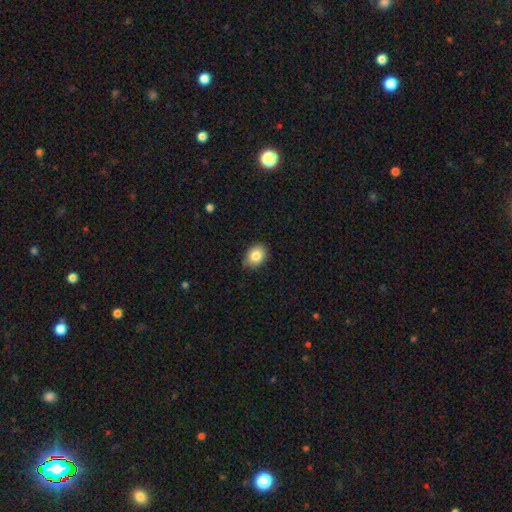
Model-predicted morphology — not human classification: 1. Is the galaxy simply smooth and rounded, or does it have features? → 84% smooth, 8% star or artifact, 8% featured or disk.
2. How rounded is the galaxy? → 61% in between, 38% round, 1% cigar-shaped.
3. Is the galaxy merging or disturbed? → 85% none, 12% minor disturbance, 2% major disturbance, 1% merger.